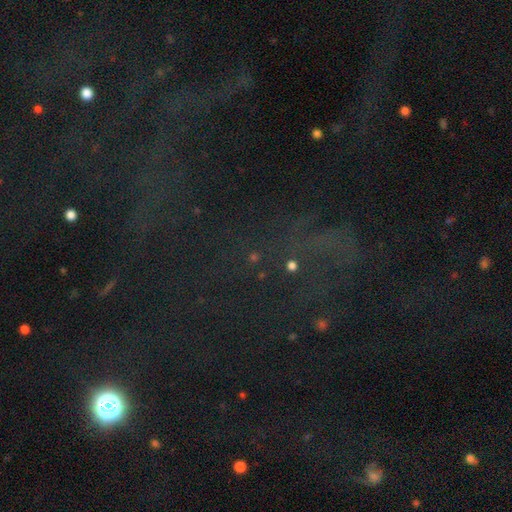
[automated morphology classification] Smooth or featured? star or artifact (73%)